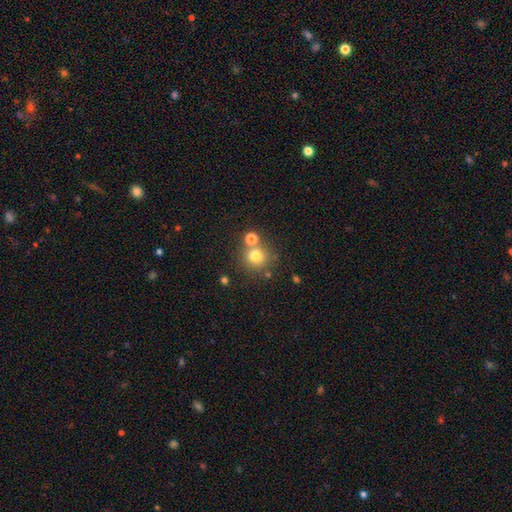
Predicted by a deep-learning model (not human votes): Q: Smooth or featured?
A: smooth (75%); runner-up: star or artifact (15%)
Q: How rounded?
A: round (92%); runner-up: in between (7%)
Q: Merging?
A: none (70%); runner-up: merger (18%)